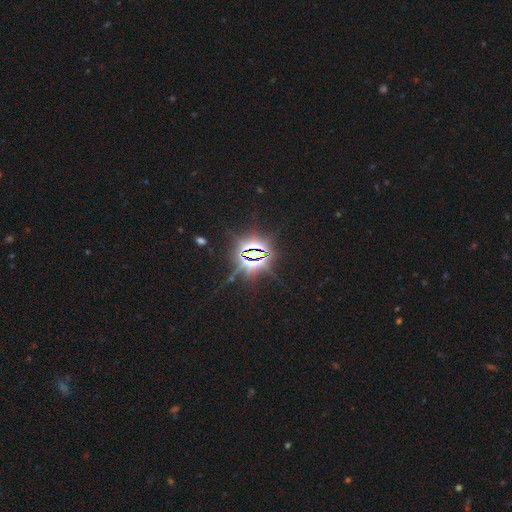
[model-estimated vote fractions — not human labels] This appears to be a star or artifact, not a galaxy (85%).